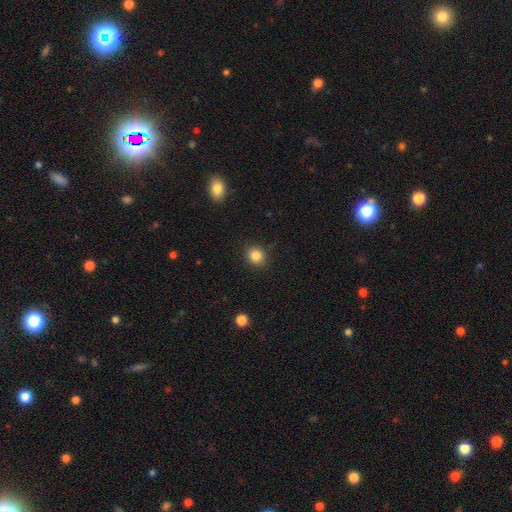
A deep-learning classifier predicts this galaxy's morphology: Overall: smooth (85%). How rounded: round (83%). Merging: none (90%).